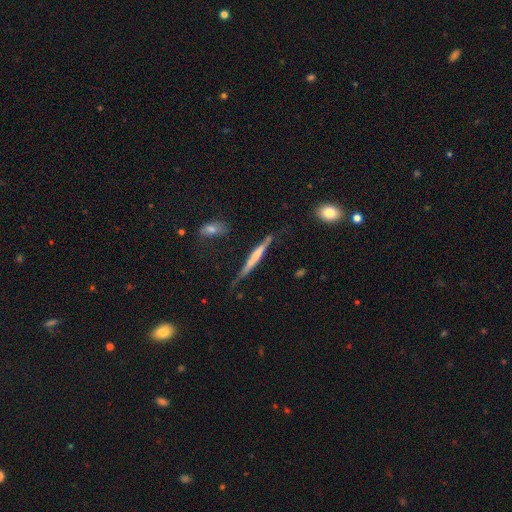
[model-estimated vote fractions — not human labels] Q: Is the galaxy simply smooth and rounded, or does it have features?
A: featured or disk — 55%.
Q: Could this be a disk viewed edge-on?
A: yes — 94%.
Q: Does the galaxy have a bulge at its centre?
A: none — 50%.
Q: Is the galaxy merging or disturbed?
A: none — 66%.